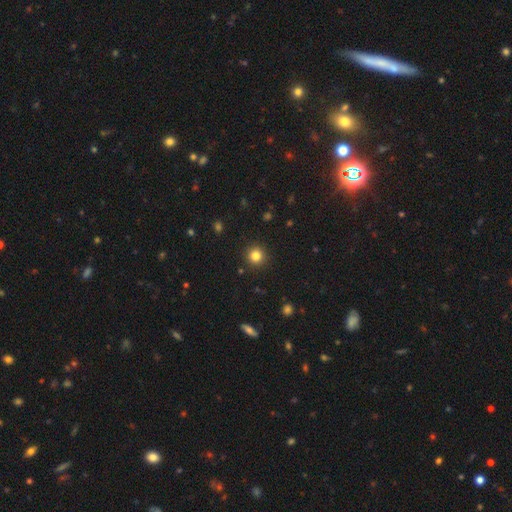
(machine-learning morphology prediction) This appears to be a smooth galaxy with no disk features (82%) that is round (94%). Merging: none (91%).